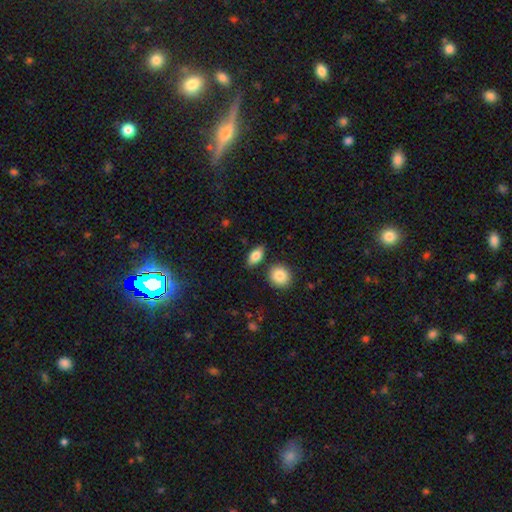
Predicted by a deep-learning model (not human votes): A smooth galaxy with no disk features (79%) that is in between round and cigar-shaped (83%).

Vote fractions:
- Smooth or featured? smooth: 79% / featured or disk: 13% / star or artifact: 7%
- How rounded? in between: 83% / cigar-shaped: 9% / round: 8%
- Merging? none: 81% / minor disturbance: 11% / merger: 5% / major disturbance: 3%